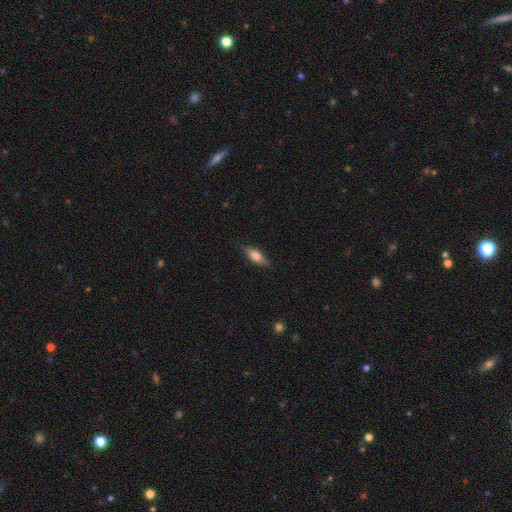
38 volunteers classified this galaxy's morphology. Smooth or featured? 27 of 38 (71%) said smooth. How rounded? 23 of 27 (85%) said in between. Merging? 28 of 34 (82%) said none.